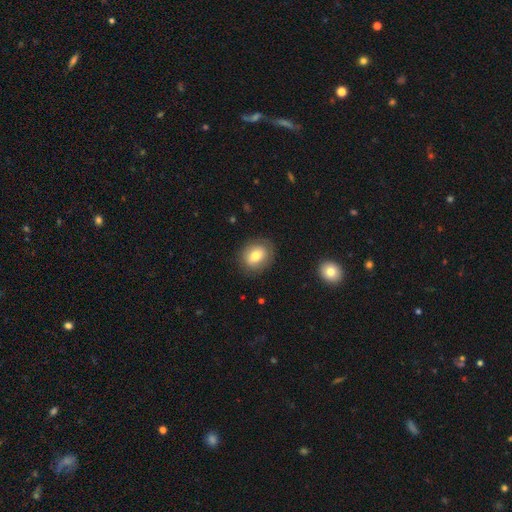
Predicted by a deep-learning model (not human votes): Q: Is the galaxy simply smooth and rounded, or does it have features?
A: smooth — 74%.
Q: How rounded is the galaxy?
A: in between — 51%.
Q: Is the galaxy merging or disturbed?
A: none — 84%.